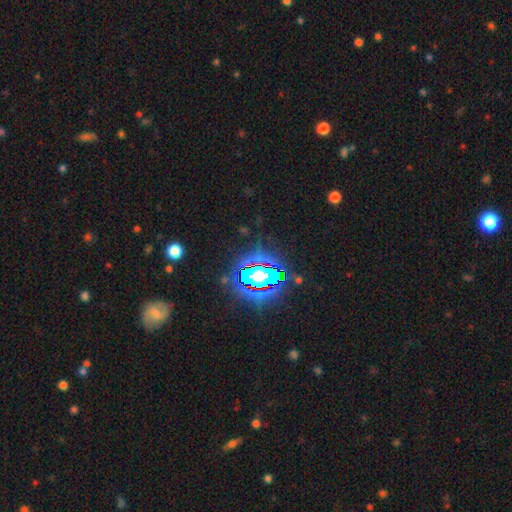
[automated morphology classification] star or artifact 83%, smooth 9%, featured or disk 7%.